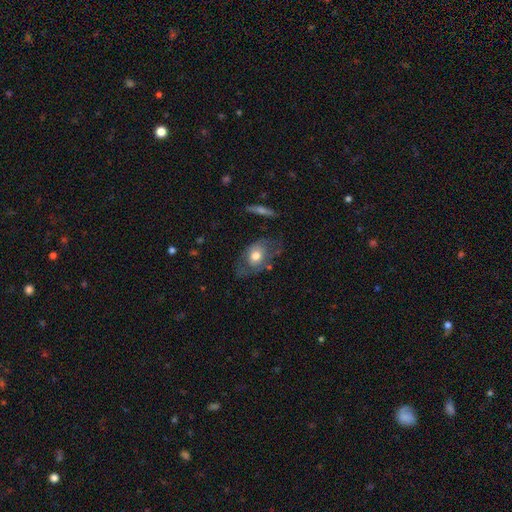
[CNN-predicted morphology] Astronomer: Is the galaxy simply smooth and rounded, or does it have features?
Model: smooth — 54% (runner-up: featured or disk, 39%).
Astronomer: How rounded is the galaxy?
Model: in between — 75%.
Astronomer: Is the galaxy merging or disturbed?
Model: none — 52%.